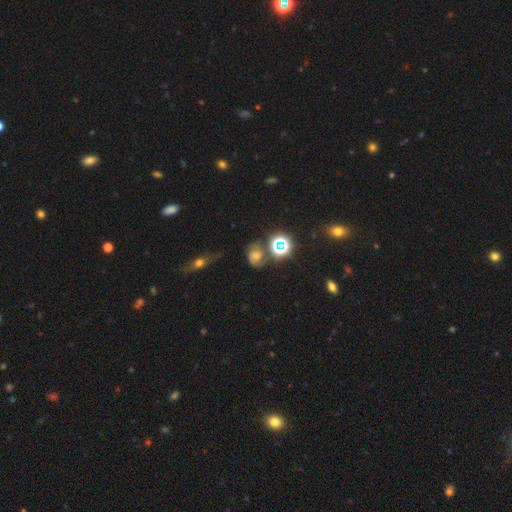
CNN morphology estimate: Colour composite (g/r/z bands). It shows a star or artifact, not a galaxy (40%).